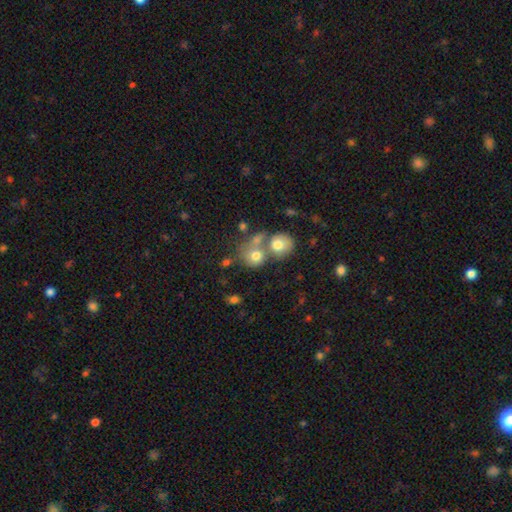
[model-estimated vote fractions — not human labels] This appears to be a smooth galaxy with no disk features (73%) that is round (80%). Merging: merger (55%).